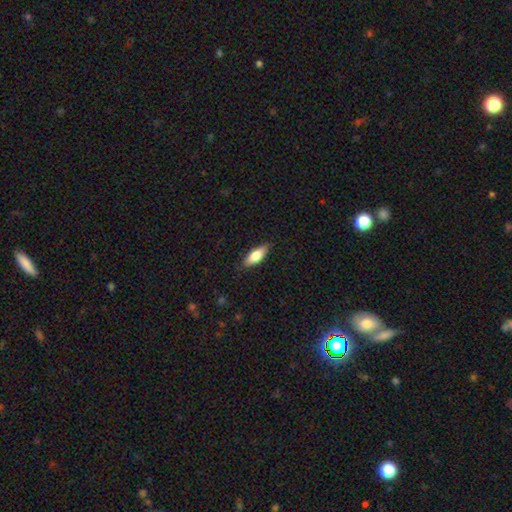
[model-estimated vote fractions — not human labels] This appears to be a smooth galaxy with no disk features (74%) that is in between round and cigar-shaped (69%). Merging: none (85%).